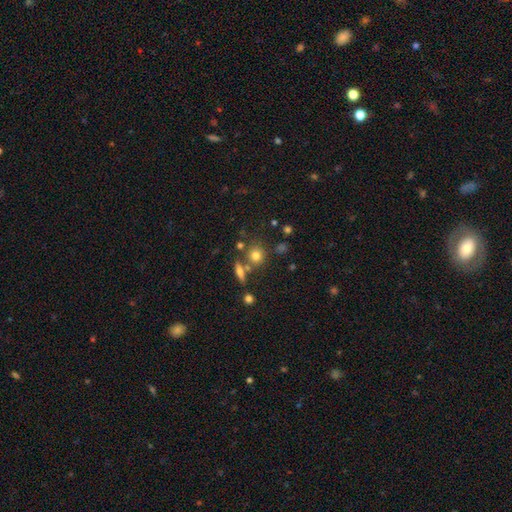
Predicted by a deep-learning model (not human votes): A smooth galaxy with no disk features (75%) that is round (82%). Merging: none (68%).